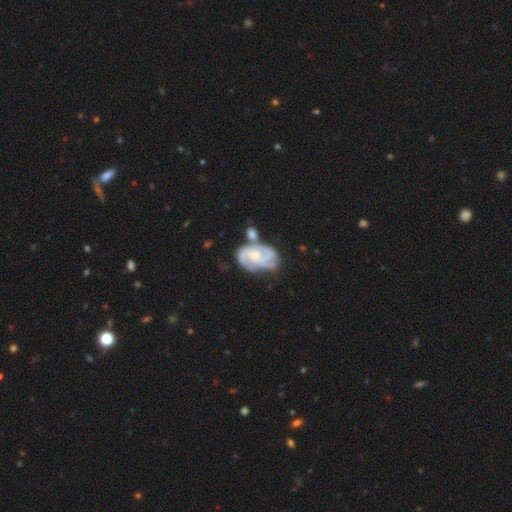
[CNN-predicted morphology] Overall: featured or disk (83%). Edge-on disk: no (98%). Bar: no (66%; weak 29%). Spiral arms: yes (95%). Spiral arm count: 3 (45%; 2 22%). Spiral winding: tight (45%; medium 43%). Bulge size: small (49%; moderate 43%). Merging: none (42%; merger 26%).